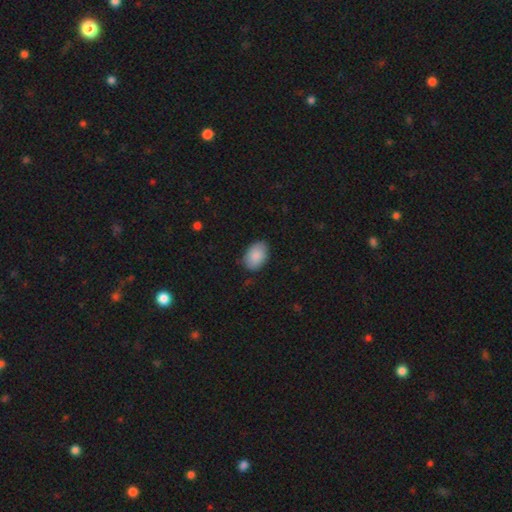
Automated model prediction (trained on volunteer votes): This is clearly a smooth galaxy (88%). How rounded: clearly in between (85%). Merging: clearly none (81%).